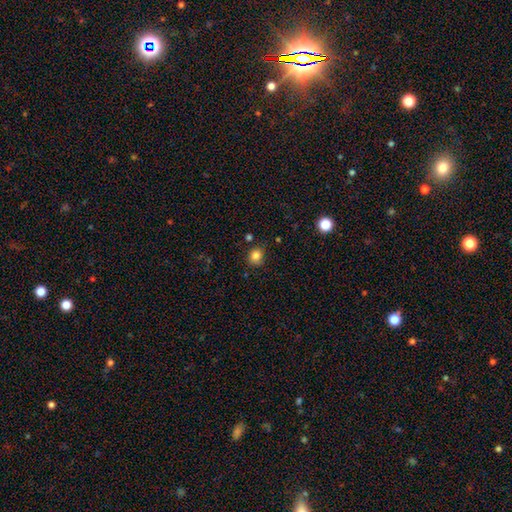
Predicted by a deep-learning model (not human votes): smooth 83%, star or artifact 12%, featured or disk 5%. Down the decision tree: how rounded — round (77%); merging — none (83%).